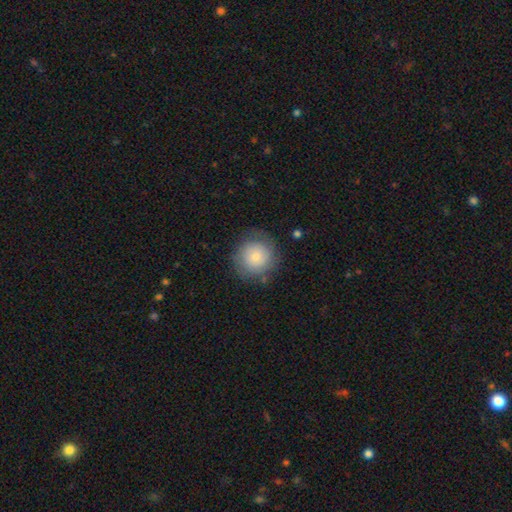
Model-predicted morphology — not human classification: Smooth or featured?
  - smooth: 71% *
  - featured or disk: 20%
  - star or artifact: 9%
How rounded?
  - round: 92% *
  - in between: 7%
  - cigar-shaped: 1%
Merging?
  - none: 78% *
  - minor disturbance: 15%
  - major disturbance: 6%
  - merger: 1%